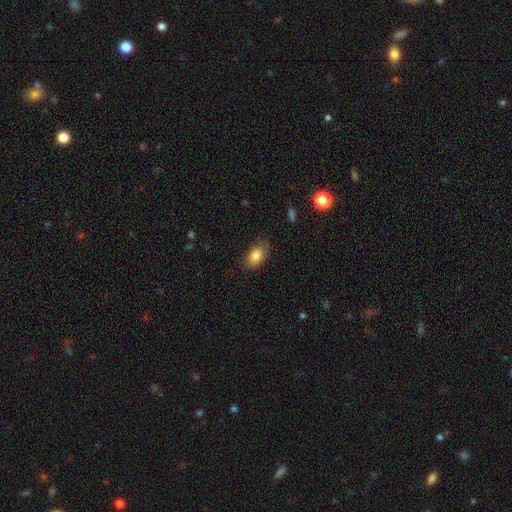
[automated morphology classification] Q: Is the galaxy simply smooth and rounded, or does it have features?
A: smooth — 83%.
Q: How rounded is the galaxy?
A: in between — 87%.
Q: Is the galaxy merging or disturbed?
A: none — 78%.